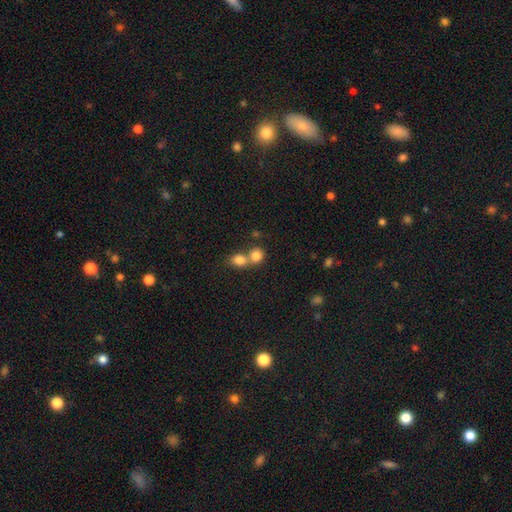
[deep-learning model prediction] Smooth or featured?
  - smooth: 81% *
  - star or artifact: 10%
  - featured or disk: 9%
How rounded?
  - round: 76% *
  - in between: 22%
  - cigar-shaped: 1%
Merging?
  - merger: 59% *
  - none: 33%
  - minor disturbance: 6%
  - major disturbance: 3%